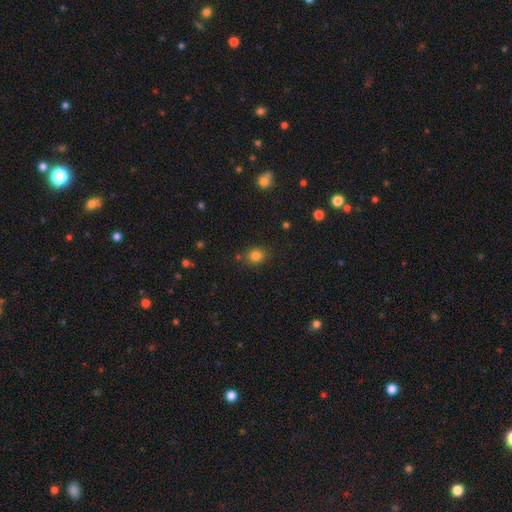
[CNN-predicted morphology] The model was most divided on "how rounded": round: 71%, in between: 28%, cigar-shaped: 1%. More confident: smooth or featured — smooth (81%); merging — none (80%).